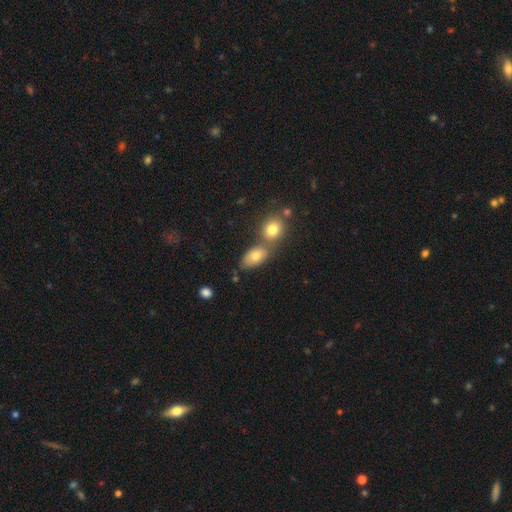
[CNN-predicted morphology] Overall: smooth (74%). How rounded: in between (84%). Merging: none (47%; merger 38%).